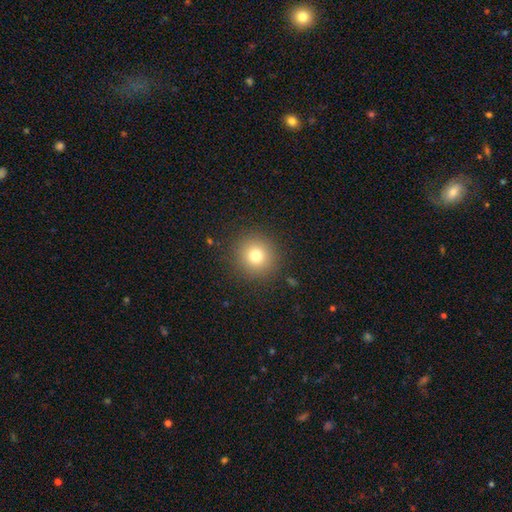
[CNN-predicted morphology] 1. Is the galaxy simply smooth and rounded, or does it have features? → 76% smooth, 14% star or artifact, 10% featured or disk.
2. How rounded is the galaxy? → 94% round, 5% in between, 1% cigar-shaped.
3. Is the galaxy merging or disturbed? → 89% none, 6% minor disturbance, 3% major disturbance, 1% merger.